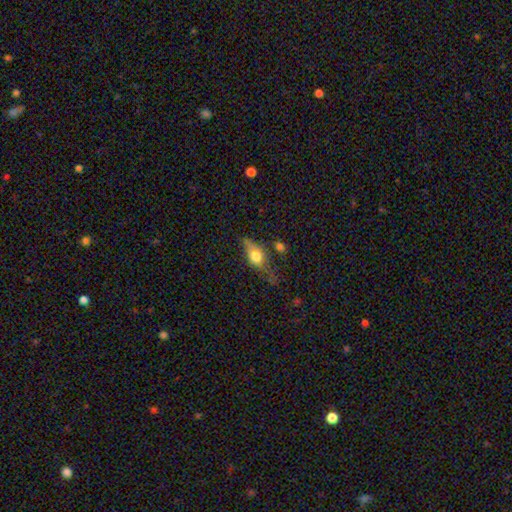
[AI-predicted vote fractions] This is likely a smooth galaxy (60%). How rounded: likely in between (75%). Merging: marginally none (36%).